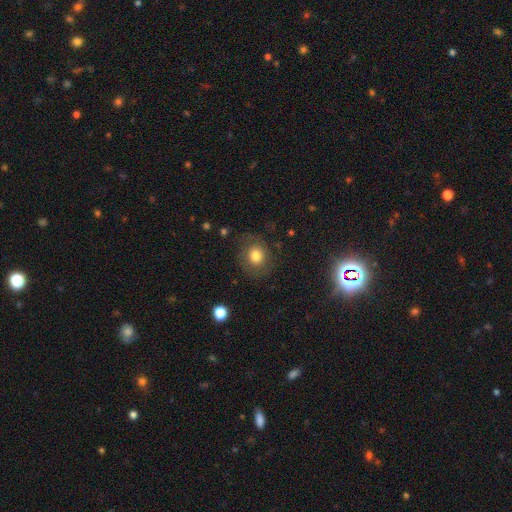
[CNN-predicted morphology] A smooth galaxy with no disk features (70%) that is round (79%). Merging: none (78%).